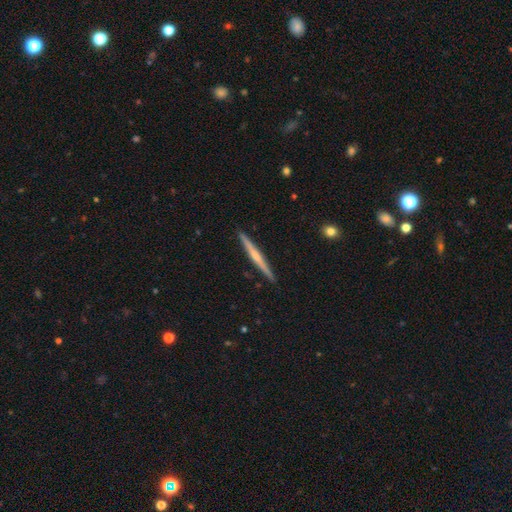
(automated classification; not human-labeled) Overall: featured or disk (66%; smooth 29%). Edge-on disk: yes (98%). Edge-on bulge: rounded (62%; none 31%). Merging: none (92%).